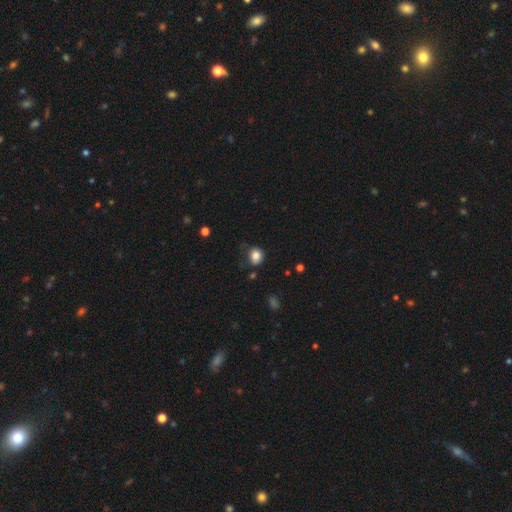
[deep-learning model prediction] smooth 82%, star or artifact 11%, featured or disk 7%. Down the decision tree: how rounded — round (74%); merging — none (66%).